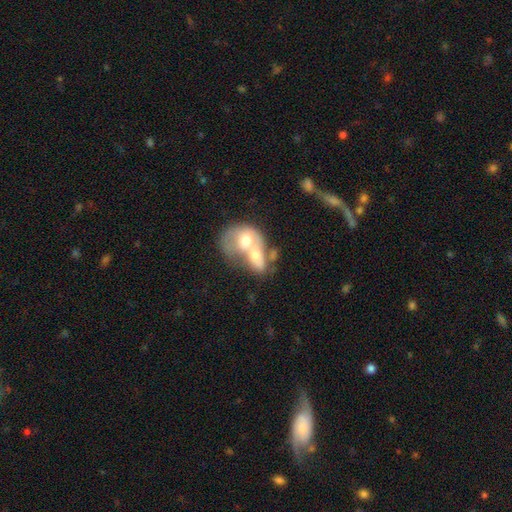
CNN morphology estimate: Overall: smooth (53%; featured or disk 40%). How rounded: in between (70%). Merging: merger (78%).